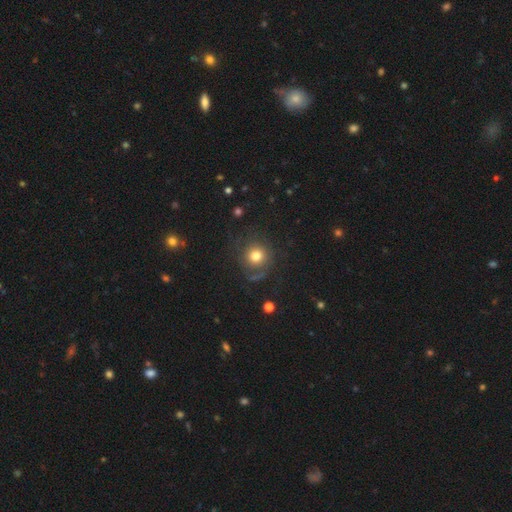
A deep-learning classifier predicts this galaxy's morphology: Smooth or featured? Predicted: smooth (p=0.73). How rounded? Predicted: round (p=0.91). Merging? Predicted: none (p=0.74).